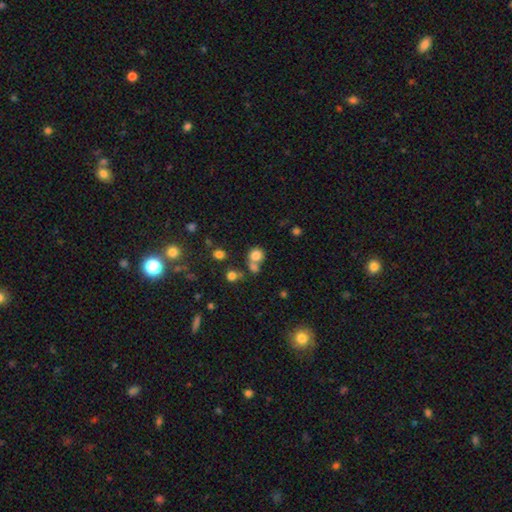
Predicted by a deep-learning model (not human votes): Smooth or featured? smooth (78%)
How rounded? round (83%)
Merging? none (49%)